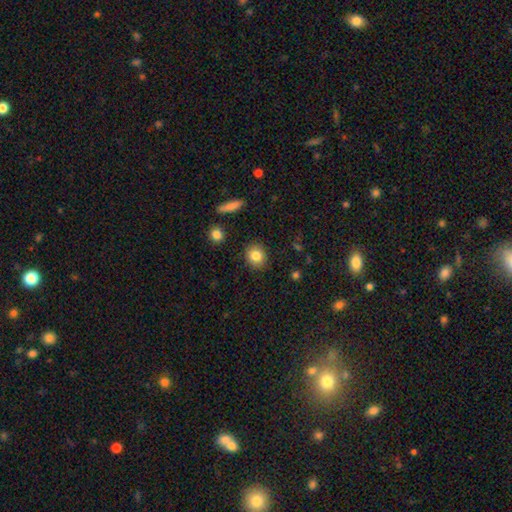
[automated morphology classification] Smooth or featured?
  - smooth: 82% *
  - star or artifact: 9%
  - featured or disk: 9%
How rounded?
  - round: 75% *
  - in between: 24%
  - cigar-shaped: 1%
Merging?
  - none: 88% *
  - minor disturbance: 8%
  - major disturbance: 2%
  - merger: 2%